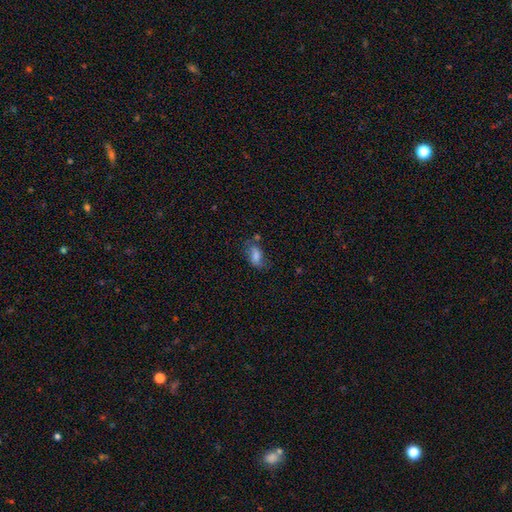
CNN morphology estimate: The model was most divided on "merging": none: 50%, minor disturbance: 28%, major disturbance: 14%, merger: 7%. More confident: how rounded — in between (87%); smooth or featured — smooth (70%).